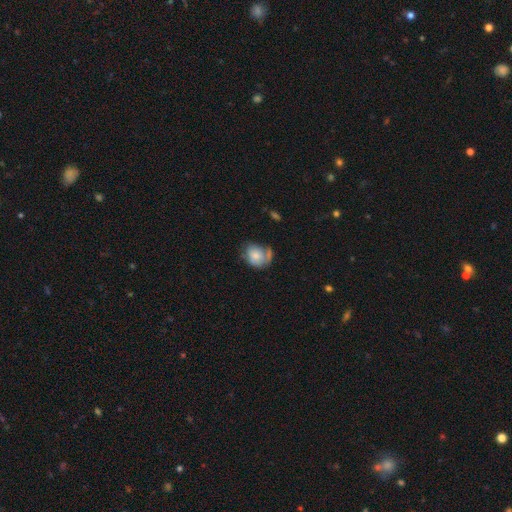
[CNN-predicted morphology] smooth 69%, featured or disk 23%, star or artifact 8%. Down the decision tree: how rounded — round (49%, tied with in between); merging — none (39%).